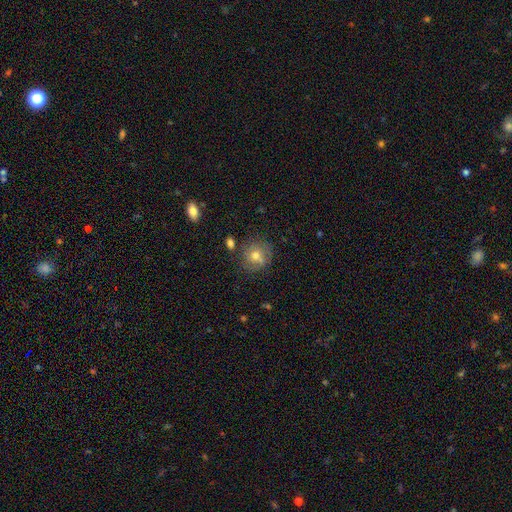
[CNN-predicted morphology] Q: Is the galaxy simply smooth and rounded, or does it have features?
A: smooth — 66%.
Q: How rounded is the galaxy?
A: round — 84%.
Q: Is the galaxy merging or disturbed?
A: none — 68%.